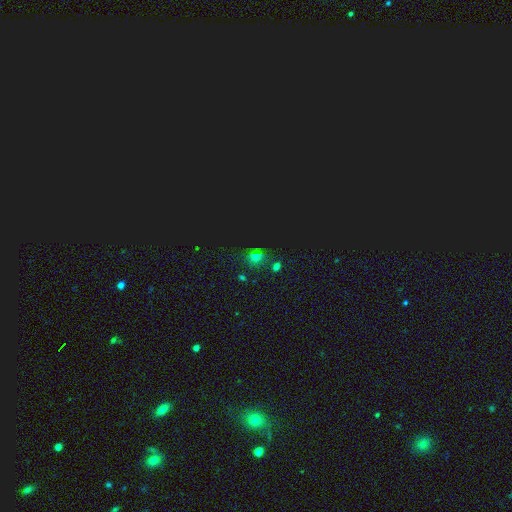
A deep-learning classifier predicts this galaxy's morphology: type=star or artifact (46%).